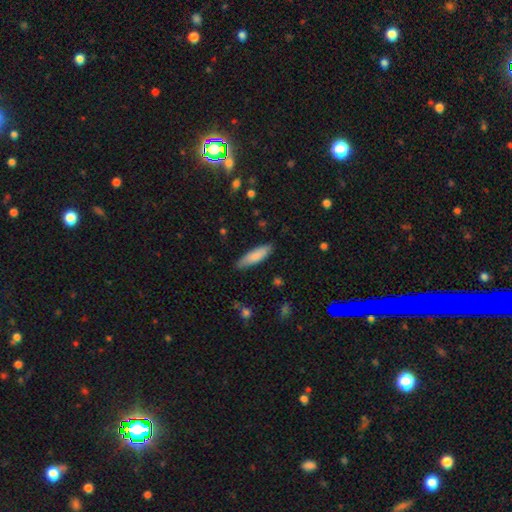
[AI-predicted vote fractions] A smooth galaxy with no disk features (83%) that is cigar-shaped (56%).

Vote fractions:
- Smooth or featured? smooth: 83% / featured or disk: 12% / star or artifact: 6%
- How rounded? cigar-shaped: 56% / in between: 43% / round: 2%
- Merging? none: 81% / minor disturbance: 15% / major disturbance: 2% / merger: 1%